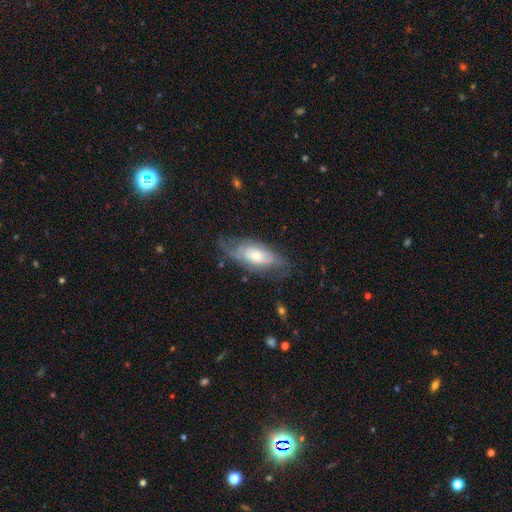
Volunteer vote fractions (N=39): Smooth or featured? 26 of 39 (67%) said featured or disk. Edge-on disk? 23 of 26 (88%) said no. Bar? 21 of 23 (91%) said no. Spiral arms? 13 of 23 (57%) said yes. Spiral winding? 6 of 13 (46%) said medium. Spiral arm count? 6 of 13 (46%) said can't tell. Bulge size? 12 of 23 (52%) said small. Merging? 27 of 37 (73%) said none.